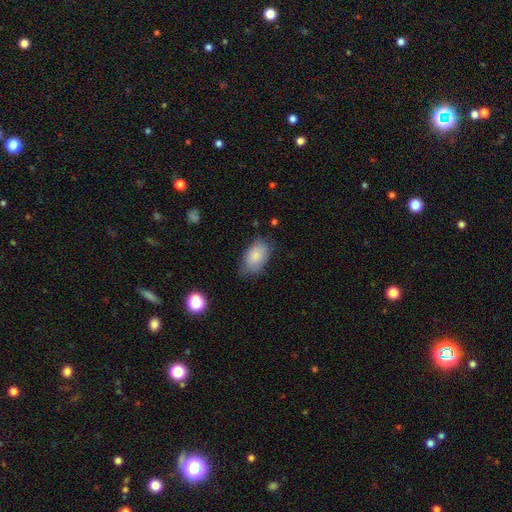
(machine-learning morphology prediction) A smooth galaxy with no disk features (85%) that is in between round and cigar-shaped (90%). Merging: none (66%).